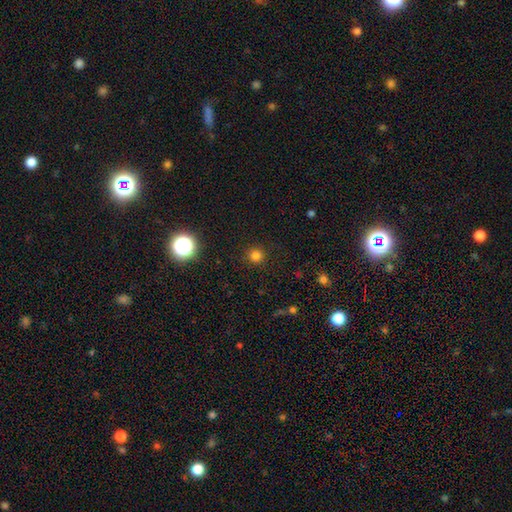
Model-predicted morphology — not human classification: This appears to be a smooth galaxy with no disk features (78%) that is round (94%). Merging: none (89%).